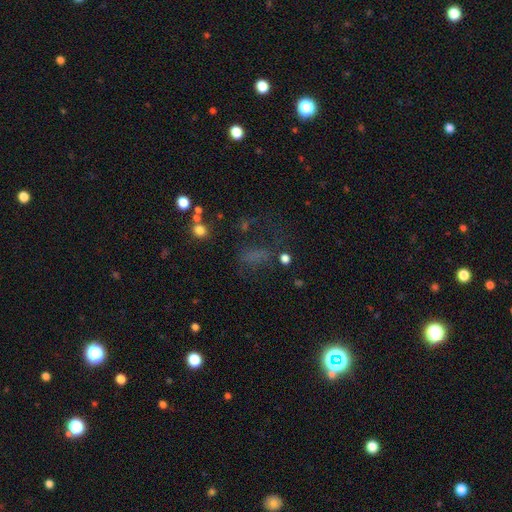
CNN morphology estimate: This is possibly a smooth galaxy (46%). Merging: possibly none (45%).